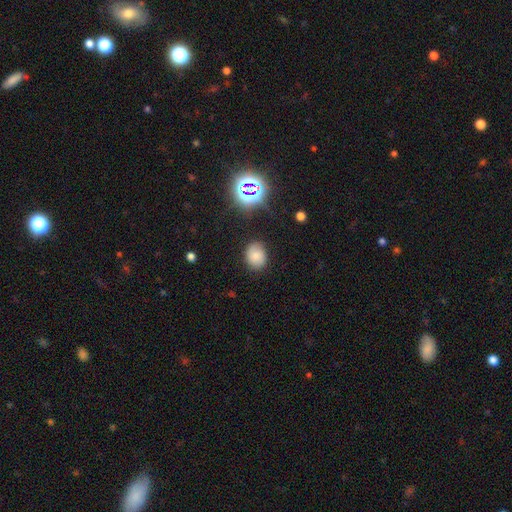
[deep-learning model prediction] This appears to be a smooth galaxy with no disk features (75%) that is in between round and cigar-shaped (53%). Merging: none (82%).